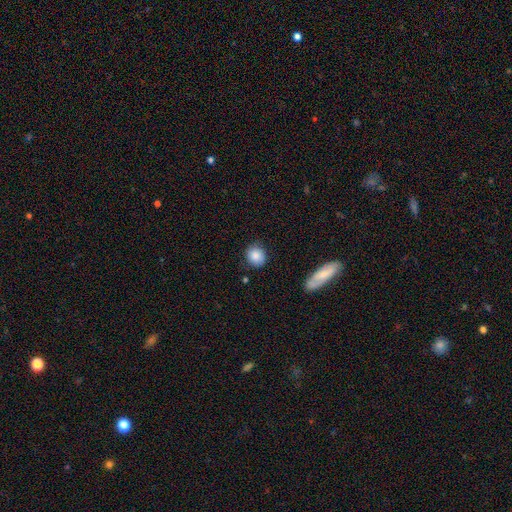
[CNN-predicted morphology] This is clearly a smooth galaxy (87%). How rounded: clearly round (81%). Merging: clearly none (81%).